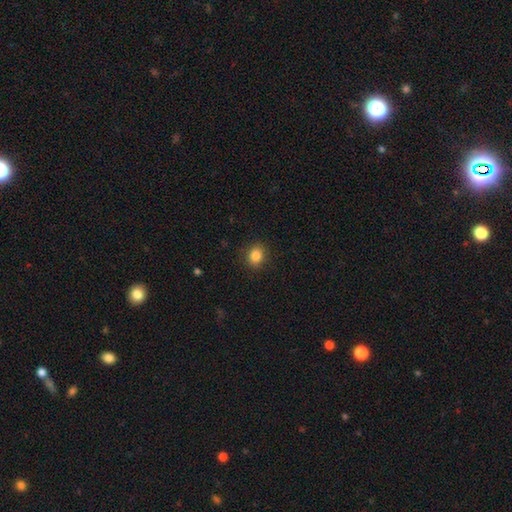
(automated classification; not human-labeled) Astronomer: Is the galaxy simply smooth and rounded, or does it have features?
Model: smooth — 85%.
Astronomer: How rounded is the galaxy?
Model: round — 67%.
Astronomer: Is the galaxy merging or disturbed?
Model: none — 88%.